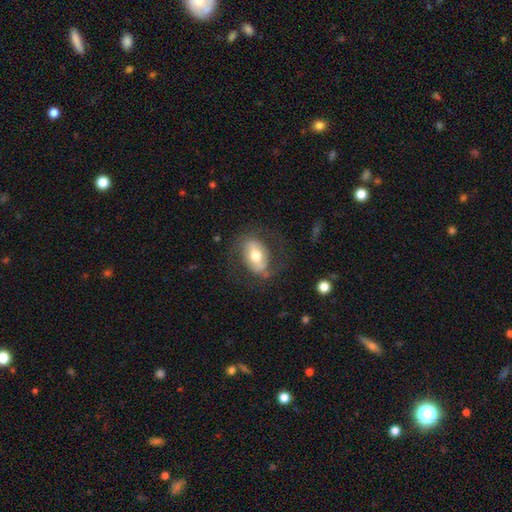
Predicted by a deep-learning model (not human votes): Smooth or featured: smooth — 50% (featured or disk — 43%)
Merging: none — 69% (minor disturbance — 16%)